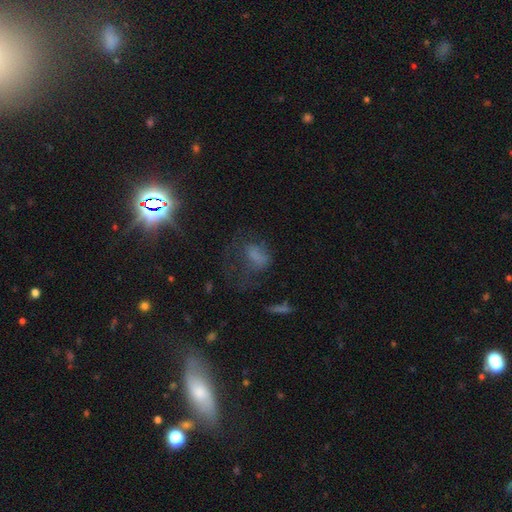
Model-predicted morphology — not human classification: Q: Smooth or featured?
A: smooth (53%); runner-up: featured or disk (26%)
Q: How rounded?
A: in between (68%); runner-up: round (27%)
Q: Merging?
A: major disturbance (47%); runner-up: none (30%)